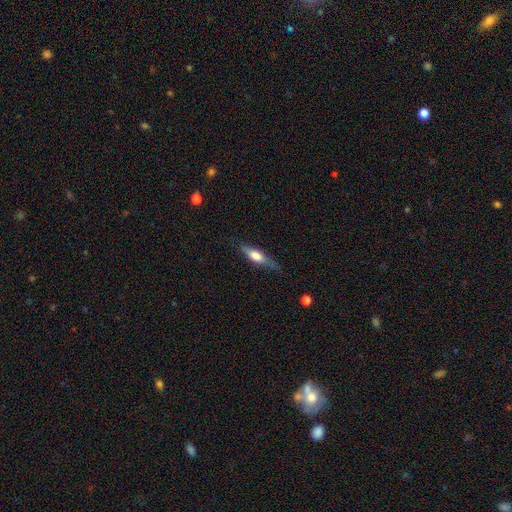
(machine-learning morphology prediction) Q: Smooth or featured?
A: smooth (55%); runner-up: featured or disk (39%)
Q: How rounded?
A: cigar-shaped (63%); runner-up: in between (34%)
Q: Merging?
A: none (69%); runner-up: minor disturbance (23%)